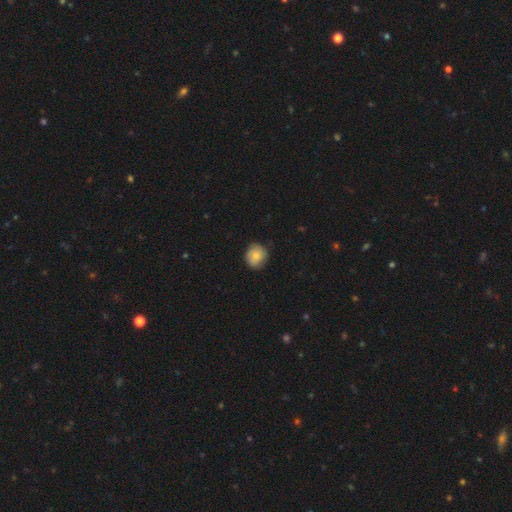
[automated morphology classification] type=smooth (81%); roundness=round (78%); merging=none (83%).